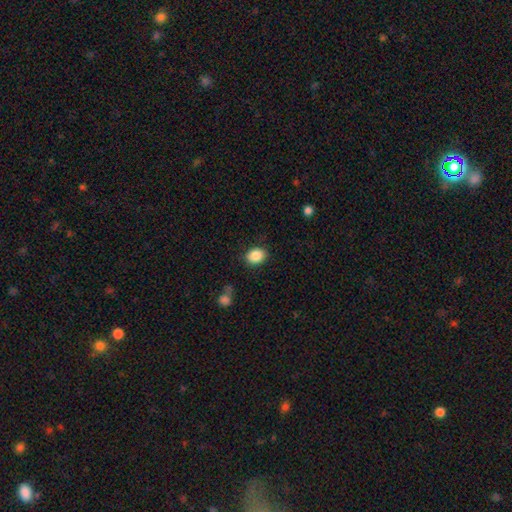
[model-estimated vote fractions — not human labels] Smooth or featured? Predicted: smooth (p=0.87). How rounded? Predicted: in between (p=0.51). Merging? Predicted: none (p=0.84).